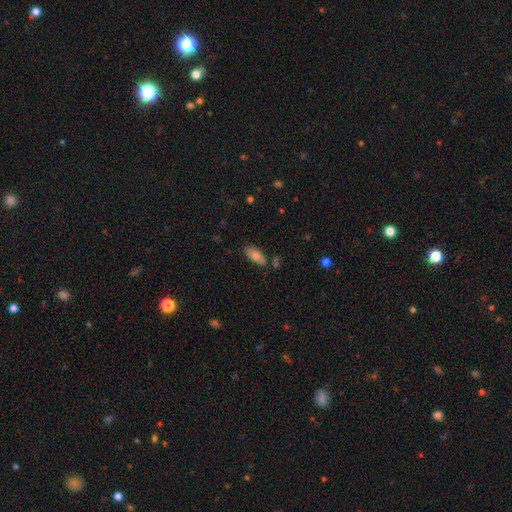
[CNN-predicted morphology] smooth-or-featured: smooth: 72% | featured or disk: 21% | star or artifact: 7%
  how-rounded: in between: 86% | cigar-shaped: 12% | round: 3%
  merging: none: 76% | minor disturbance: 17% | merger: 4% | major disturbance: 3%